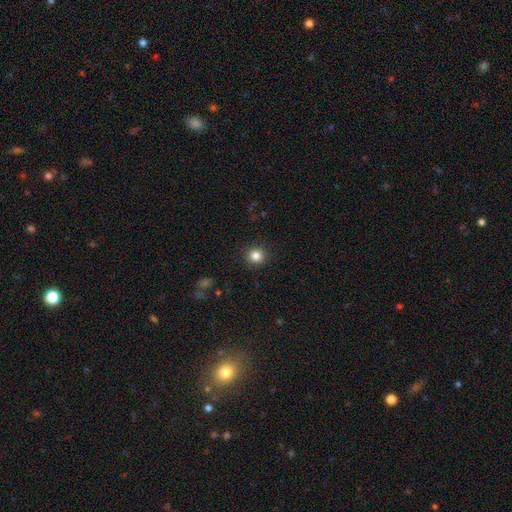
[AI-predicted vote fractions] This is clearly a smooth galaxy (84%). How rounded: clearly round (93%). Merging: clearly none (92%).